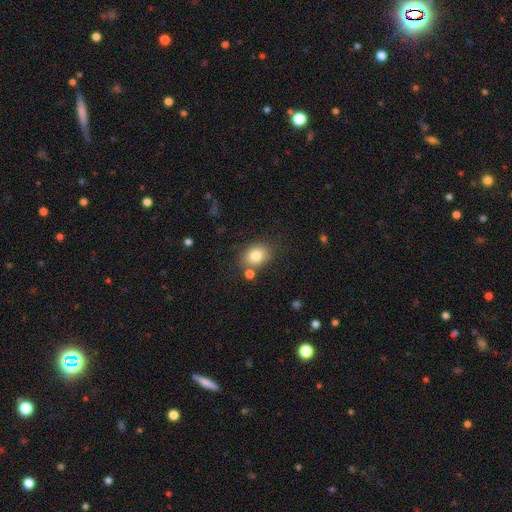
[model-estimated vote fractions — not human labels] Smooth or featured?
  - smooth: 82% *
  - star or artifact: 9%
  - featured or disk: 9%
How rounded?
  - in between: 61% *
  - round: 38%
  - cigar-shaped: 1%
Merging?
  - none: 74% *
  - minor disturbance: 13%
  - merger: 10%
  - major disturbance: 4%